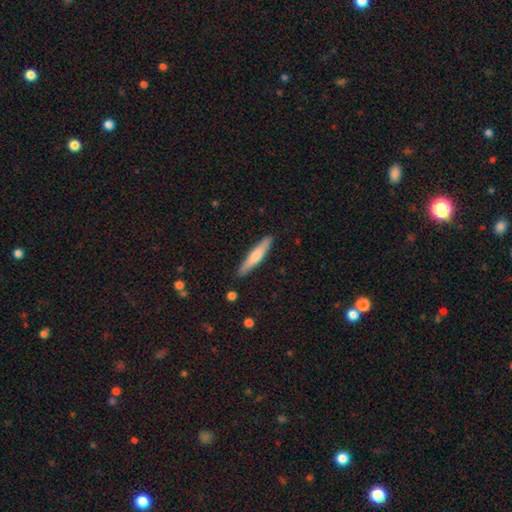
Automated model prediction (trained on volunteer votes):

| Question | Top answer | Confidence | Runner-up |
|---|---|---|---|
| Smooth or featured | smooth | 66% | featured or disk (29%) |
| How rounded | cigar-shaped | 91% | in between (8%) |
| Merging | none | 88% | minor disturbance (9%) |